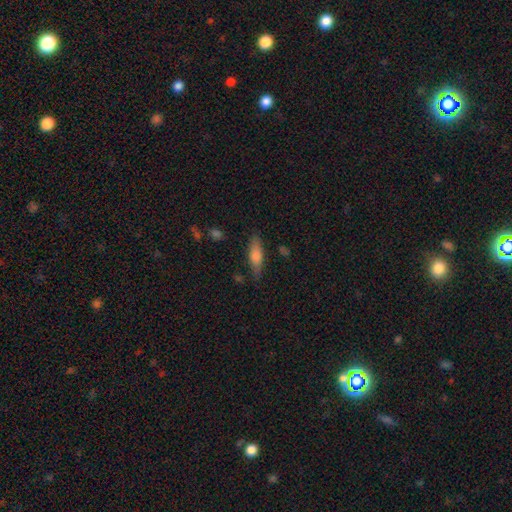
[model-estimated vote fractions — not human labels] Smooth or featured?
  - smooth: 62% *
  - featured or disk: 31%
  - star or artifact: 7%
How rounded?
  - cigar-shaped: 58% *
  - in between: 39%
  - round: 2%
Merging?
  - none: 79% *
  - minor disturbance: 15%
  - major disturbance: 3%
  - merger: 2%